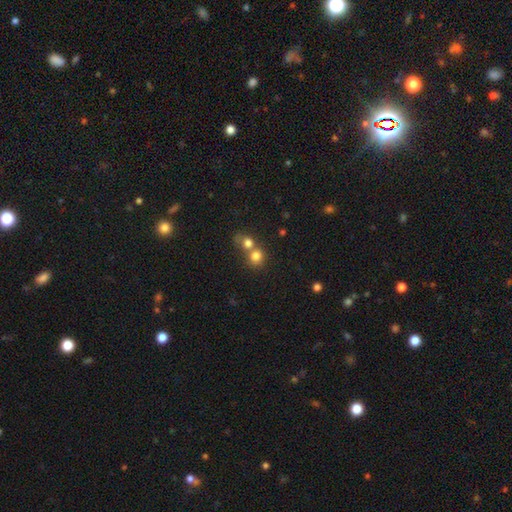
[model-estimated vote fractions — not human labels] This appears to be a smooth galaxy with no disk features (78%) that is round (83%). Merging: merger (54%).